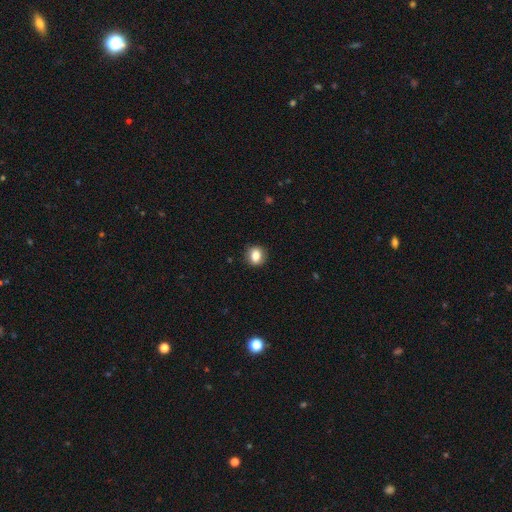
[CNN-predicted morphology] This appears to be a smooth galaxy with no disk features (82%) that is round (64%). Merging: none (88%).